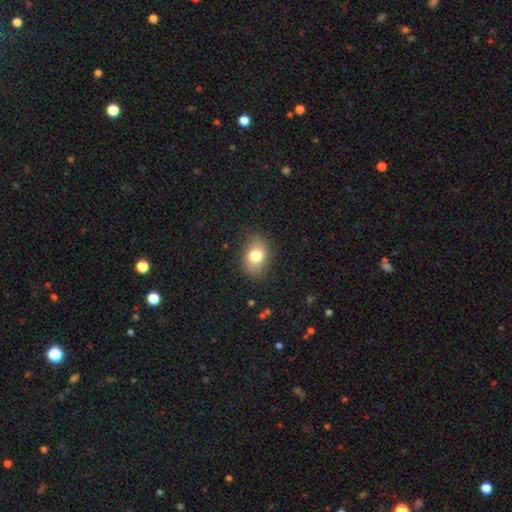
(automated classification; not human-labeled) Smooth or featured: smooth — 77% (featured or disk — 14%)
How rounded: in between — 77% (round — 22%)
Merging: none — 81% (minor disturbance — 14%)